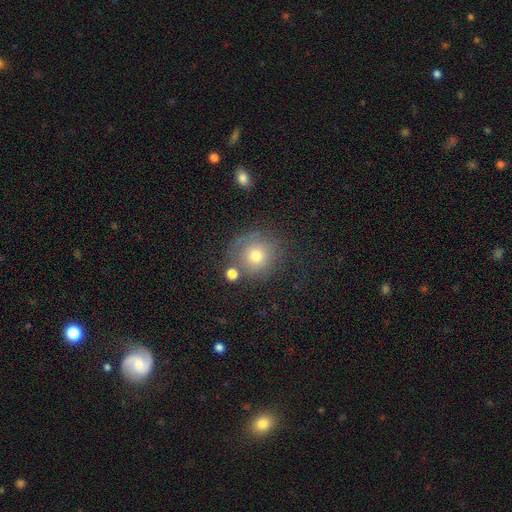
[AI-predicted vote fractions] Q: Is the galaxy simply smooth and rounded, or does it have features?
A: smooth — 69%.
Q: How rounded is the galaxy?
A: round — 91%.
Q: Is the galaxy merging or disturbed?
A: none — 66%.